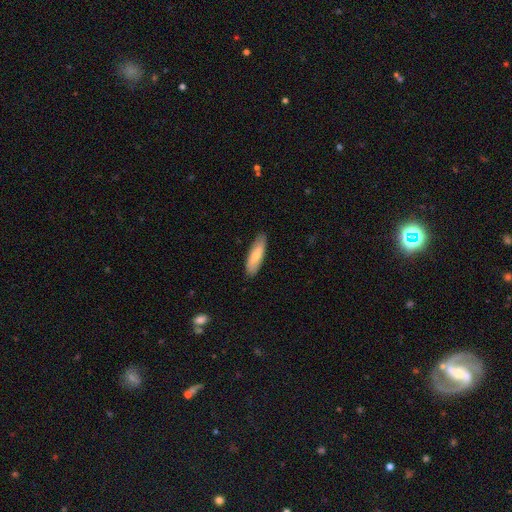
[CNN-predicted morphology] Q: Smooth or featured?
A: smooth (77%); runner-up: featured or disk (17%)
Q: How rounded?
A: cigar-shaped (52%); runner-up: in between (46%)
Q: Merging?
A: none (86%); runner-up: minor disturbance (11%)